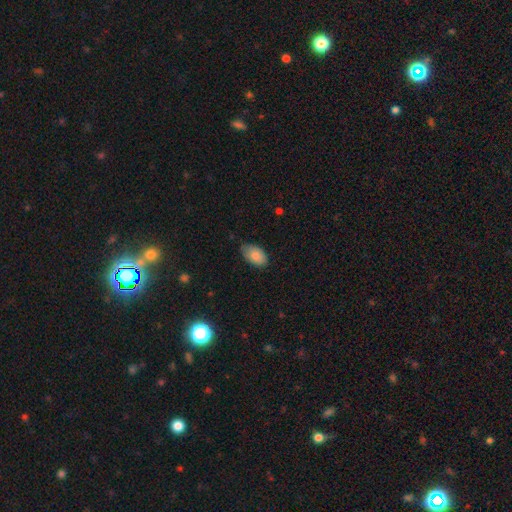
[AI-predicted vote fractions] This appears to be a smooth galaxy with no disk features (85%) that is in between round and cigar-shaped (94%). Merging: none (71%).